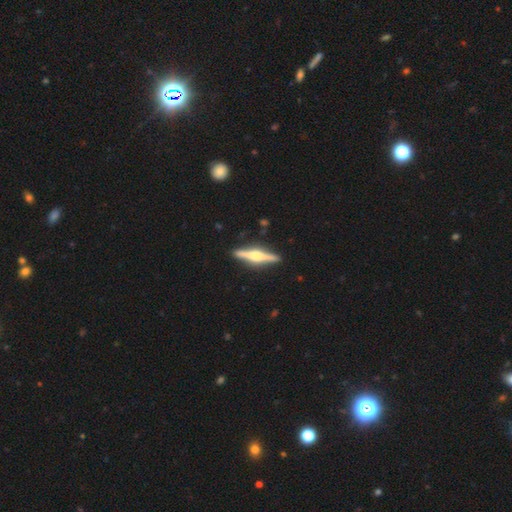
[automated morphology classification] type=featured or disk (80%); edge-on=yes (98%); edge-on bulge=rounded (91%); merging=none (91%).